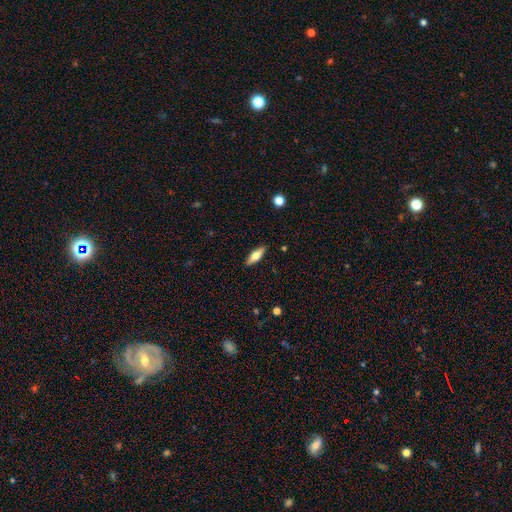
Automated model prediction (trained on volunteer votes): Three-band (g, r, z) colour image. It shows a smooth galaxy with no disk features (56%) that is in between round and cigar-shaped (51%). Merging: none (90%).